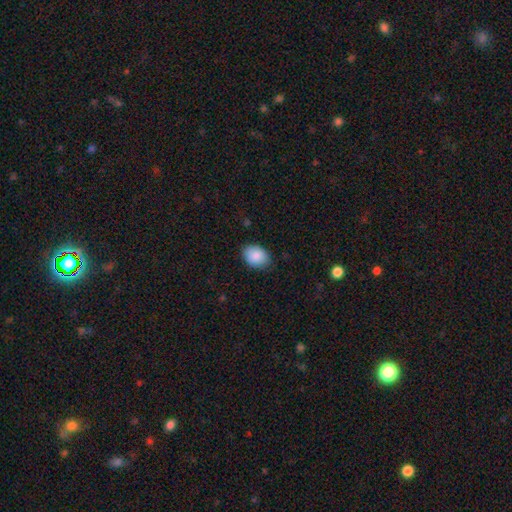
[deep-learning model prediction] Q: Smooth or featured?
A: smooth (88%); runner-up: star or artifact (7%)
Q: How rounded?
A: in between (70%); runner-up: round (29%)
Q: Merging?
A: none (83%); runner-up: minor disturbance (14%)